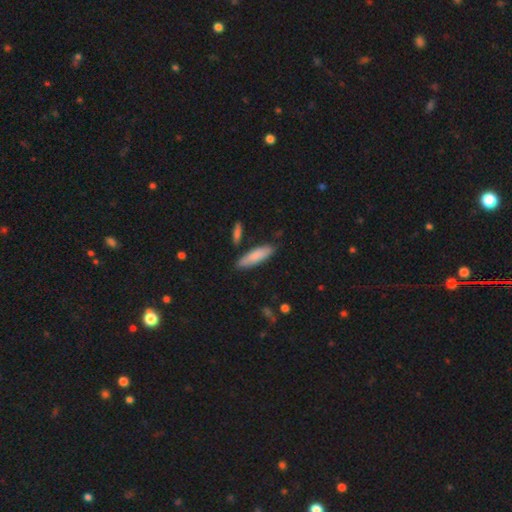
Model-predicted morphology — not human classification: Smooth or featured?
  - smooth: 82% *
  - featured or disk: 12%
  - star or artifact: 5%
How rounded?
  - cigar-shaped: 62% *
  - in between: 36%
  - round: 2%
Merging?
  - none: 82% *
  - minor disturbance: 12%
  - merger: 4%
  - major disturbance: 2%